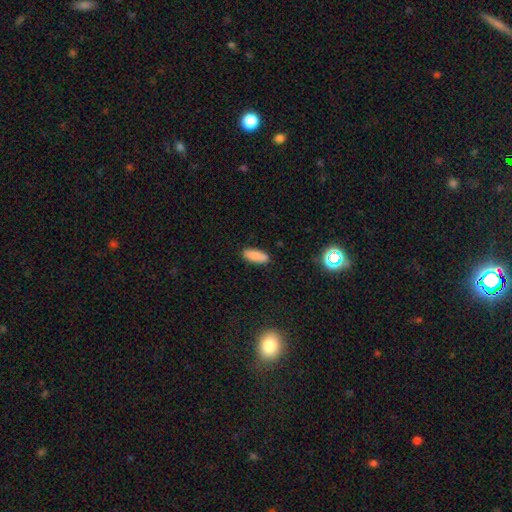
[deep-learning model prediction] Smooth or featured?
  - smooth: 87% *
  - star or artifact: 8%
  - featured or disk: 5%
How rounded?
  - in between: 72% *
  - cigar-shaped: 26%
  - round: 2%
Merging?
  - none: 87% *
  - minor disturbance: 10%
  - major disturbance: 2%
  - merger: 1%